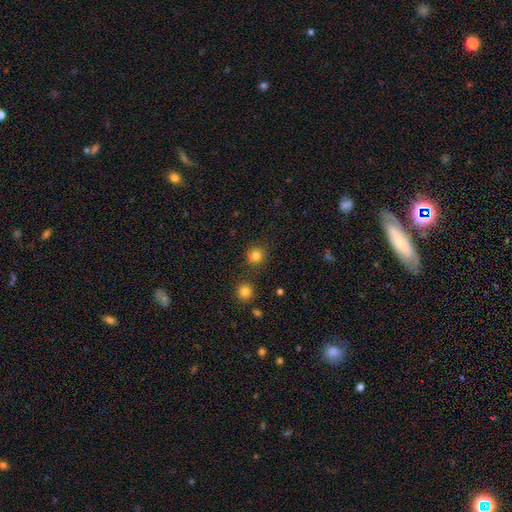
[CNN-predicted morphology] A smooth galaxy with no disk features (81%) that is round (92%). Merging: none (82%).